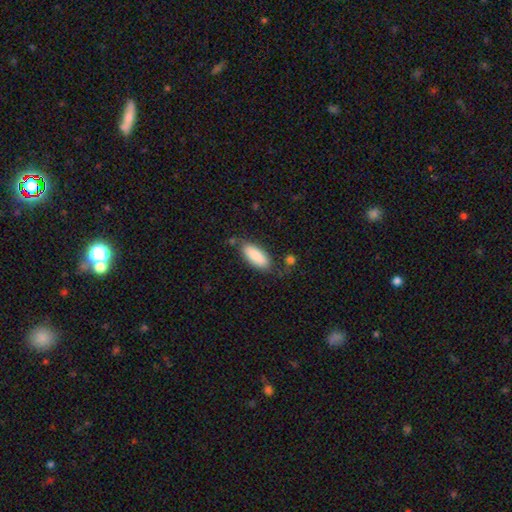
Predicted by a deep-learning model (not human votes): Smooth or featured: smooth — 86% (featured or disk — 8%)
How rounded: in between — 79% (cigar-shaped — 19%)
Merging: none — 69% (minor disturbance — 20%)